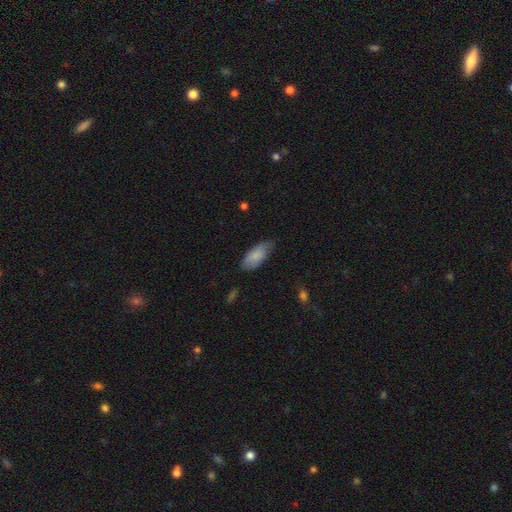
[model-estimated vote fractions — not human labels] Overall: smooth (84%). How rounded: in between (88%). Merging: none (69%).